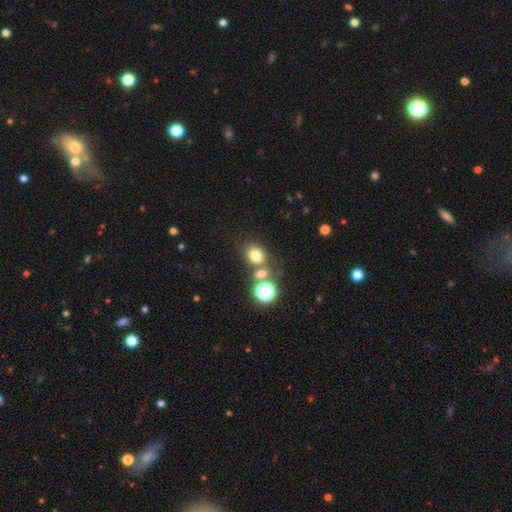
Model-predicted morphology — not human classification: Overall: smooth (74%). How rounded: round (59%; in between 40%). Merging: none (61%; merger 24%).